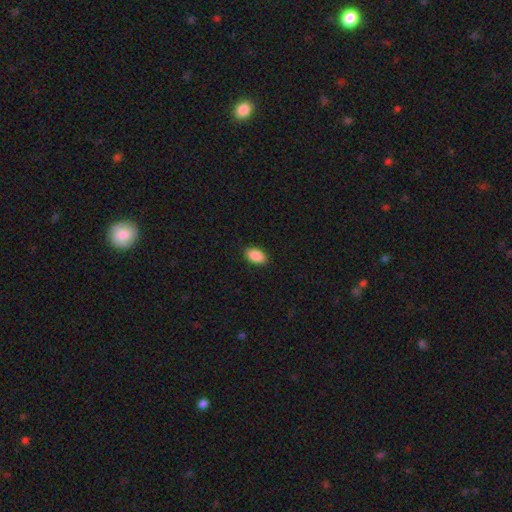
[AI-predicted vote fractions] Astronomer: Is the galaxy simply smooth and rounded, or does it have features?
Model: smooth — 90%.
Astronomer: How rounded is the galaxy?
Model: in between — 93%.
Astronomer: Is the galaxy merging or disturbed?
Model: none — 89%.